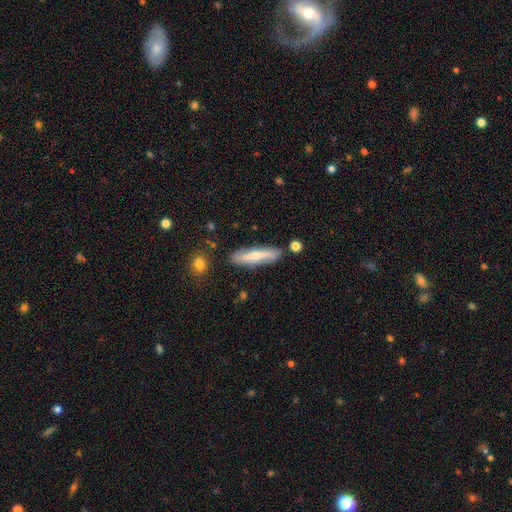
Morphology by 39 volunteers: type=featured or disk (59%); edge-on=yes (70%); edge-on bulge=rounded (69%); merging=none (87%).